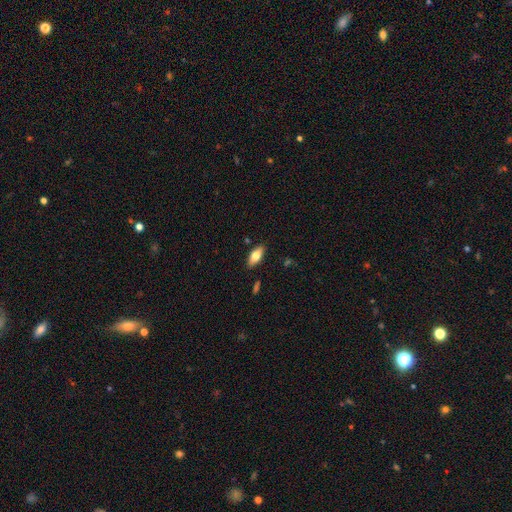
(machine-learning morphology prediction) Overall: smooth (73%). How rounded: in between (85%). Merging: none (87%).